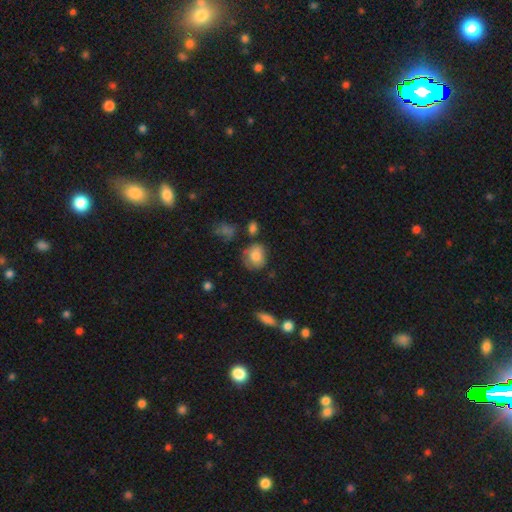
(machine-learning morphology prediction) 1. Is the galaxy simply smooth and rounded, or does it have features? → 77% smooth, 15% featured or disk, 8% star or artifact.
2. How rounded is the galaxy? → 74% round, 25% in between, 1% cigar-shaped.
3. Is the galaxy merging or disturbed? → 61% none, 25% minor disturbance, 8% major disturbance, 6% merger.